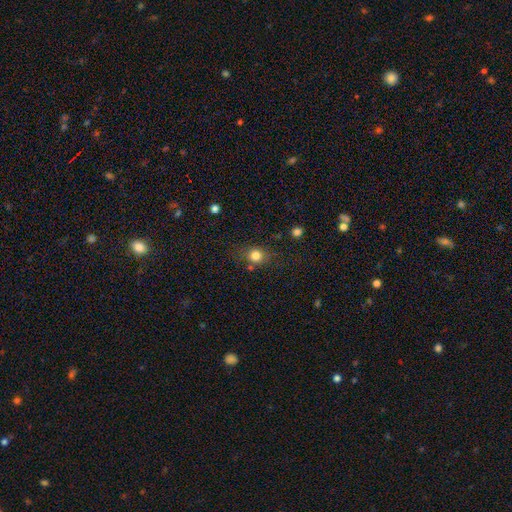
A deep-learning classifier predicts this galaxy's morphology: type=smooth (80%); roundness=round (76%); merging=none (71%).